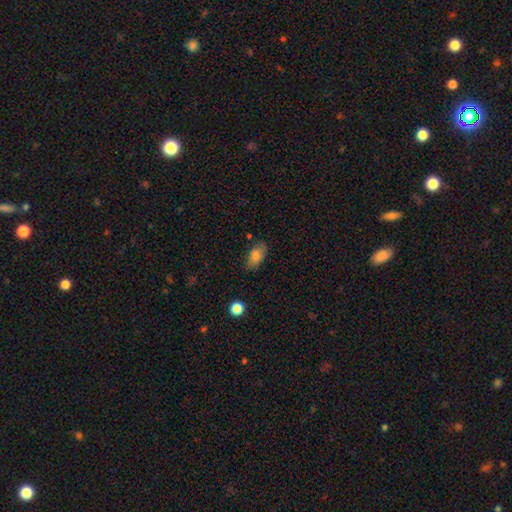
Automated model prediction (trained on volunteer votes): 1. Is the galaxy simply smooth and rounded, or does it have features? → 79% smooth, 12% featured or disk, 9% star or artifact.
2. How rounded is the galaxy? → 89% in between, 6% round, 5% cigar-shaped.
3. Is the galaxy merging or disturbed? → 80% none, 15% minor disturbance, 3% major disturbance, 2% merger.